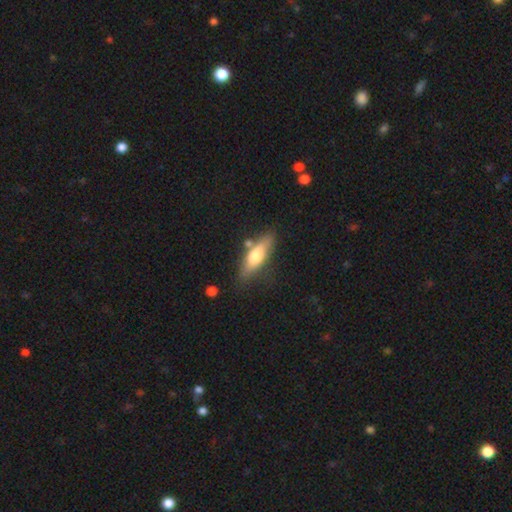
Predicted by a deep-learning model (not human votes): Smooth or featured? Predicted: smooth (p=0.58). How rounded? Predicted: cigar-shaped (p=0.51). Merging? Predicted: none (p=0.73).